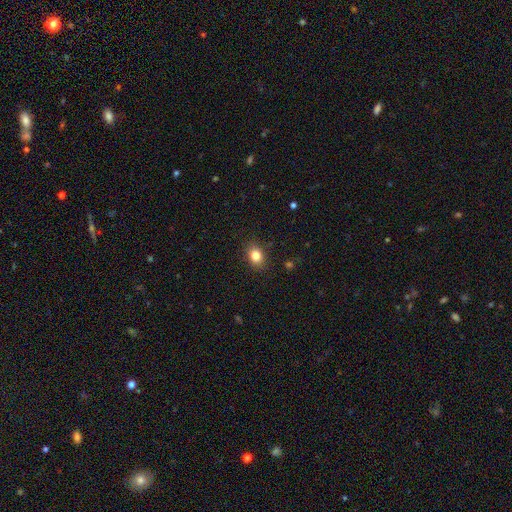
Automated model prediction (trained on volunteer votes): Smooth or featured? smooth (83%)
How rounded? in between (62%)
Merging? none (87%)